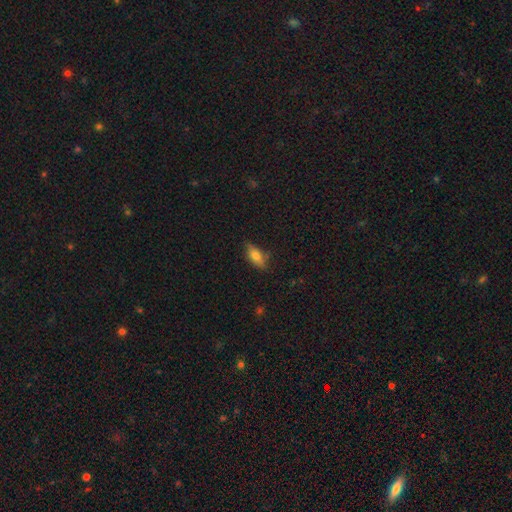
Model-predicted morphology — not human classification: Smooth or featured? smooth (75%)
How rounded? in between (79%)
Merging? none (74%)